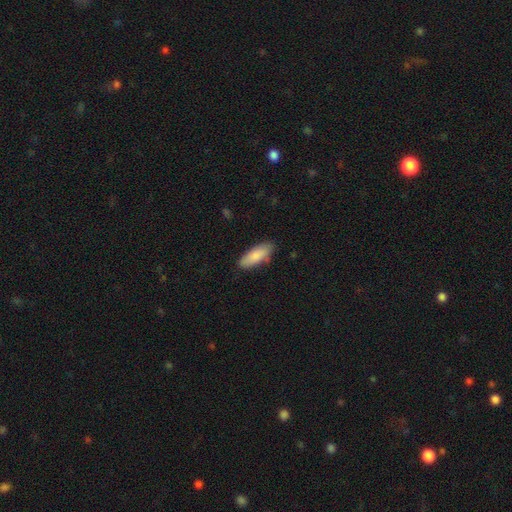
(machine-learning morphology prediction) This is clearly a smooth galaxy (85%). How rounded: likely in between (69%). Merging: clearly none (81%).